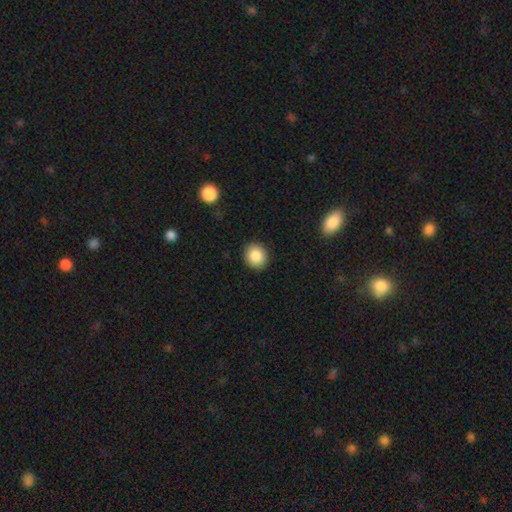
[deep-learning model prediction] Morphology: type=smooth (87%); roundness=round (80%); merging=none (91%).